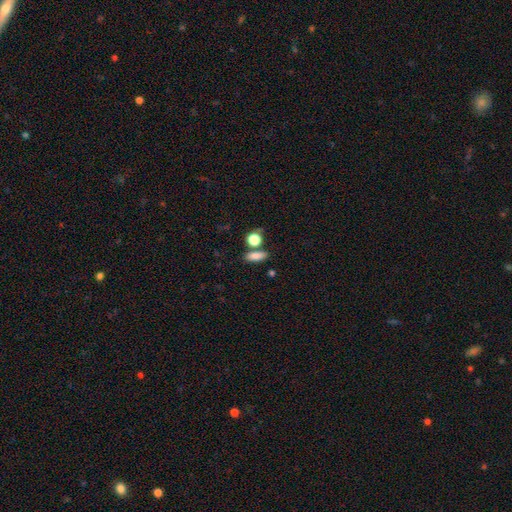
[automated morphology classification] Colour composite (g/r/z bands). It shows a smooth galaxy with no disk features (81%) that is in between round and cigar-shaped (61%). Merging: none (69%).